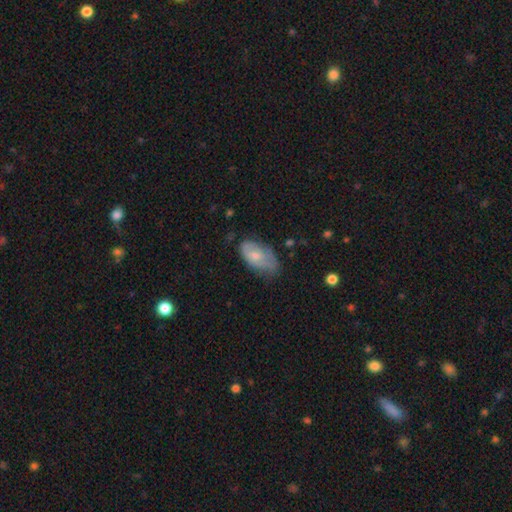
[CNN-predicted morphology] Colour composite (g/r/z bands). It shows a smooth galaxy with no disk features (62%) that is in between round and cigar-shaped (93%). Merging: none (47%).